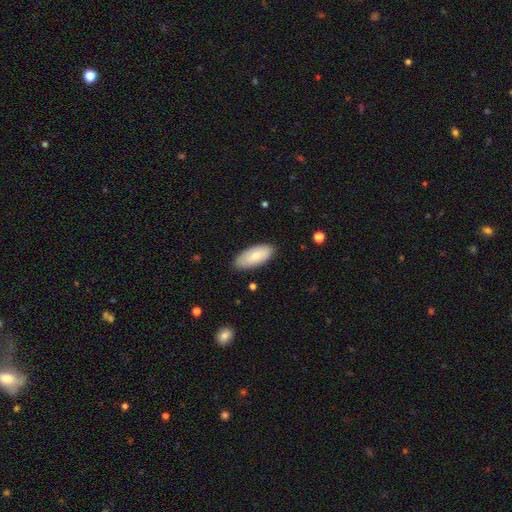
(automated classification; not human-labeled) Overall: smooth (80%). How rounded: in between (89%). Merging: none (84%).